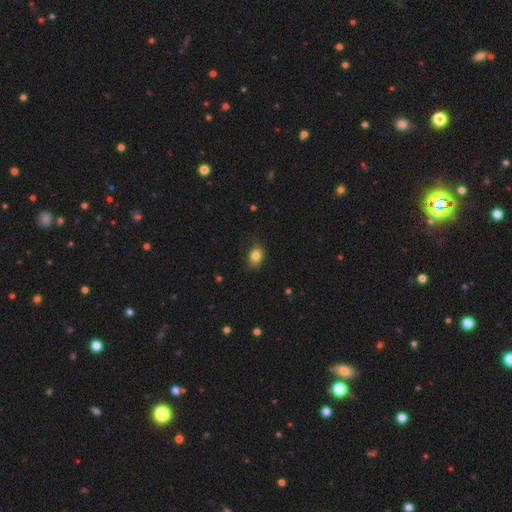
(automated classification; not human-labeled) Smooth or featured?
  - smooth: 84% *
  - star or artifact: 10%
  - featured or disk: 7%
How rounded?
  - in between: 66% *
  - round: 33%
  - cigar-shaped: 1%
Merging?
  - none: 75% *
  - minor disturbance: 20%
  - major disturbance: 4%
  - merger: 1%